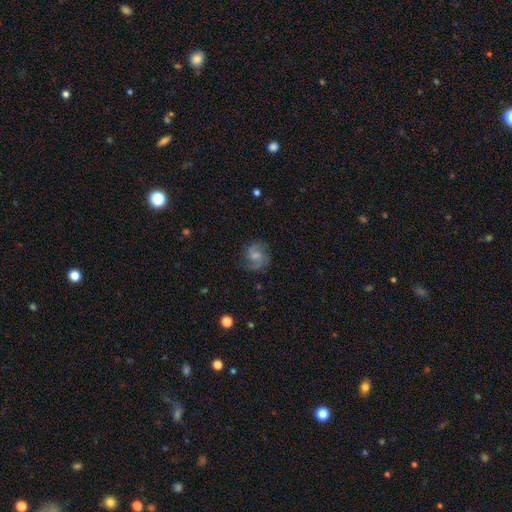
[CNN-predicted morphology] Overall: featured or disk (63%; smooth 29%). Edge-on disk: no (98%). Bar: no (56%; weak 39%). Spiral arms: yes (91%). Spiral arm count: 2 (69%). Spiral winding: medium (48%; loose 31%). Bulge size: small (40%; moderate 33%). Merging: none (69%).